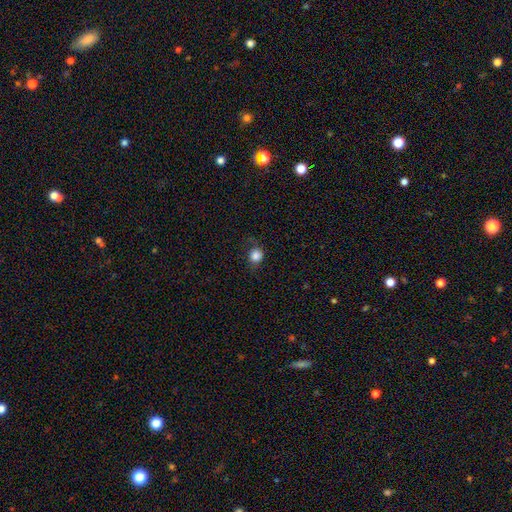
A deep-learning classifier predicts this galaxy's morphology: type=smooth (83%); roundness=round (83%); merging=none (71%).